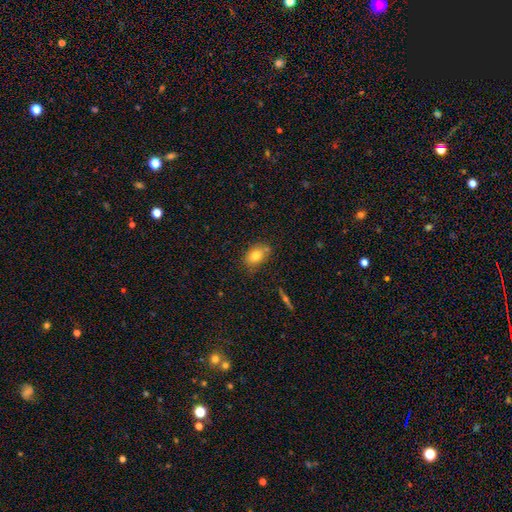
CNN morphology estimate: This appears to be a smooth galaxy with no disk features (78%) that is in between round and cigar-shaped (75%). Merging: none (70%).